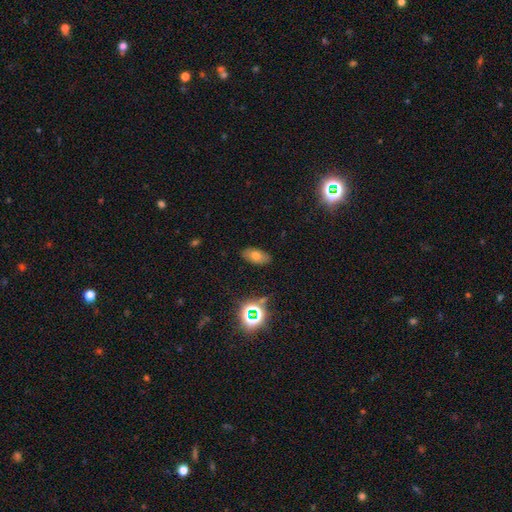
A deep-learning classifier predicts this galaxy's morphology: smooth 67%, star or artifact 17%, featured or disk 17%. Down the decision tree: how rounded — in between (90%); merging — none (86%).